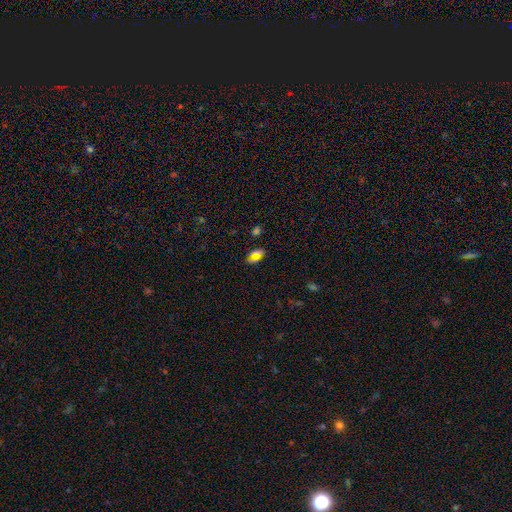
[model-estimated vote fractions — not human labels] This is possibly a smooth galaxy (53%). How rounded: clearly in between (81%). Merging: likely none (63%).